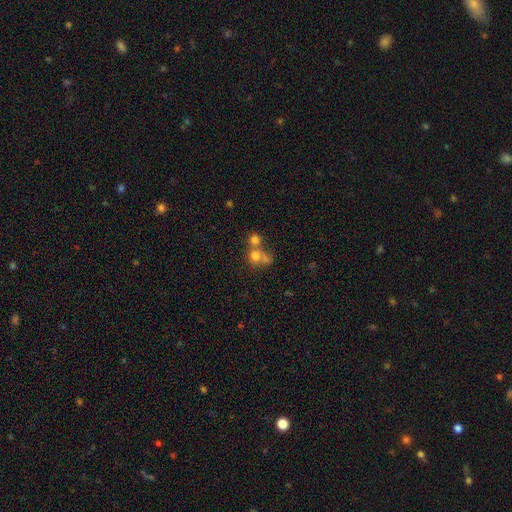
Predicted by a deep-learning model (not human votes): smooth-or-featured: smooth: 70% | star or artifact: 15% | featured or disk: 15%
  how-rounded: round: 81% | in between: 18% | cigar-shaped: 1%
  merging: merger: 49% | none: 38% | minor disturbance: 7% | major disturbance: 6%